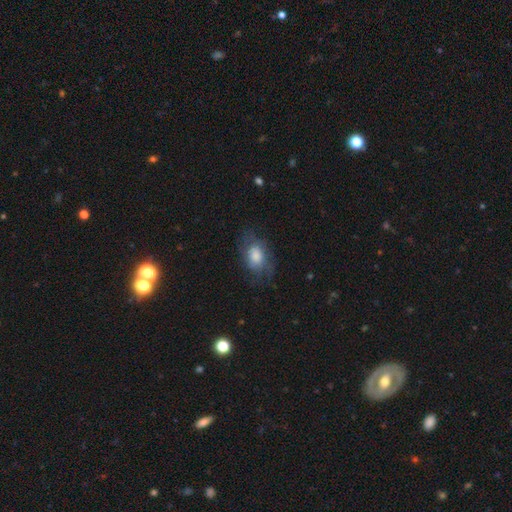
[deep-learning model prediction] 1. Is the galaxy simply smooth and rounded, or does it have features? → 65% smooth, 27% featured or disk, 8% star or artifact.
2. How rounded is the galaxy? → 81% in between, 17% round, 2% cigar-shaped.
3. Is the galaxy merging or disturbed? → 59% none, 24% minor disturbance, 16% major disturbance, 1% merger.